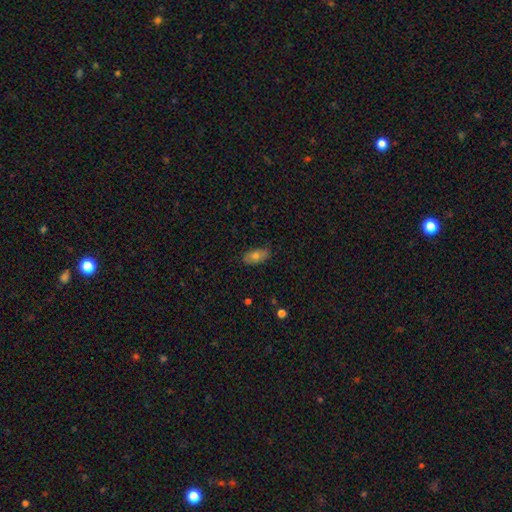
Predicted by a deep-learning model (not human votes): A smooth galaxy with no disk features (72%) that is in between round and cigar-shaped (89%). Merging: none (82%).